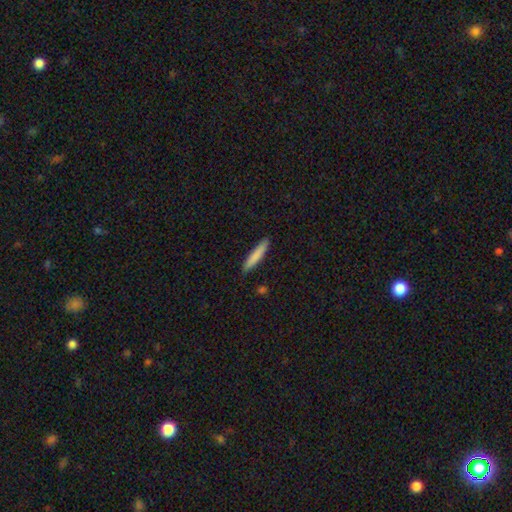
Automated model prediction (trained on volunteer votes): smooth 81%, featured or disk 13%, star or artifact 6%. Down the decision tree: how rounded — cigar-shaped (91%); merging — none (87%).